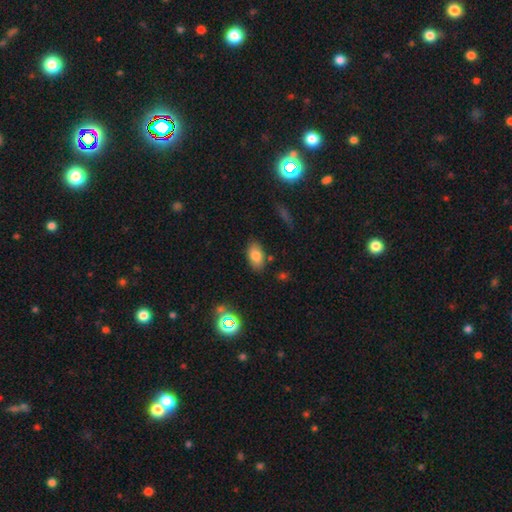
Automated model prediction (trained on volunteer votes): The model was most divided on "merging": none: 82%, minor disturbance: 12%, merger: 3%, major disturbance: 3%. More confident: how rounded — in between (92%); smooth or featured — smooth (81%).